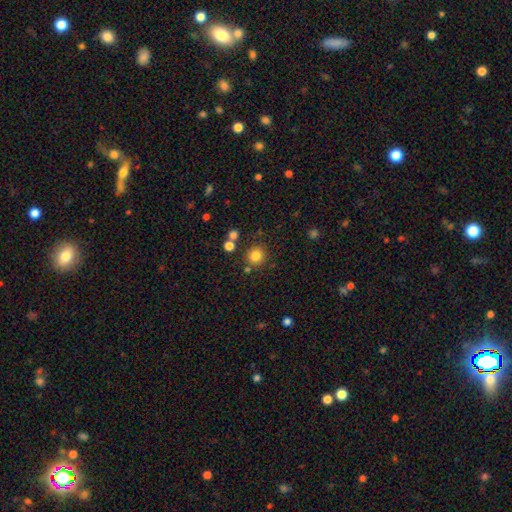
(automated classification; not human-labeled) Smooth or featured? Predicted: smooth (p=0.82). How rounded? Predicted: round (p=0.93). Merging? Predicted: none (p=0.83).